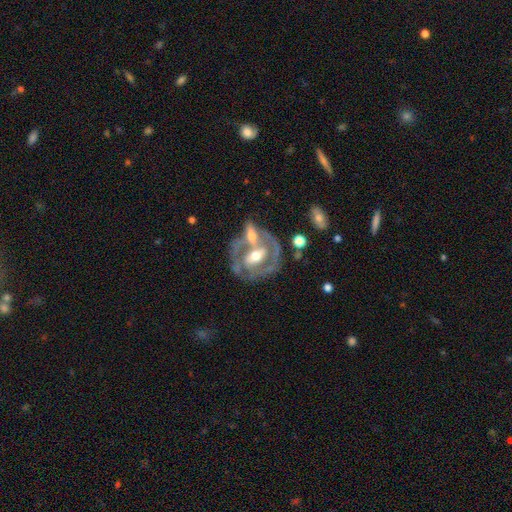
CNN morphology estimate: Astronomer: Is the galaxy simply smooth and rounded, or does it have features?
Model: featured or disk — 77%.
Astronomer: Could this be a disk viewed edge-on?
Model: no — 94%.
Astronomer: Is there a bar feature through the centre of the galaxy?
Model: strong — 34% (runner-up: weak, 33%).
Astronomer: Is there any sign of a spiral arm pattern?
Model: yes — 53% (runner-up: no, 47%).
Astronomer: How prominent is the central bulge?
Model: moderate — 70%.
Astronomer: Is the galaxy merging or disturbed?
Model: none — 43% (runner-up: merger, 33%).